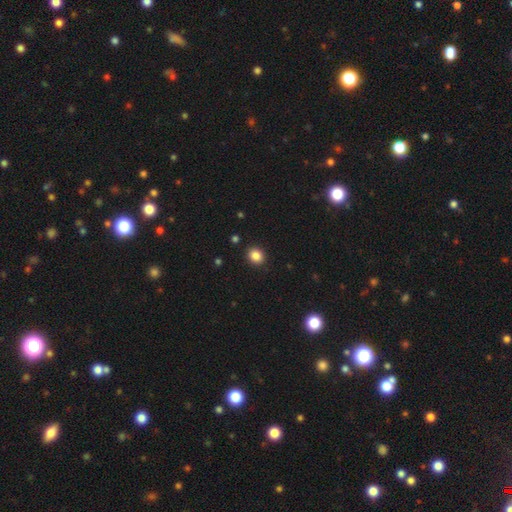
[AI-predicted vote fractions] This appears to be a smooth galaxy with no disk features (85%) that is round (70%). Merging: none (91%).